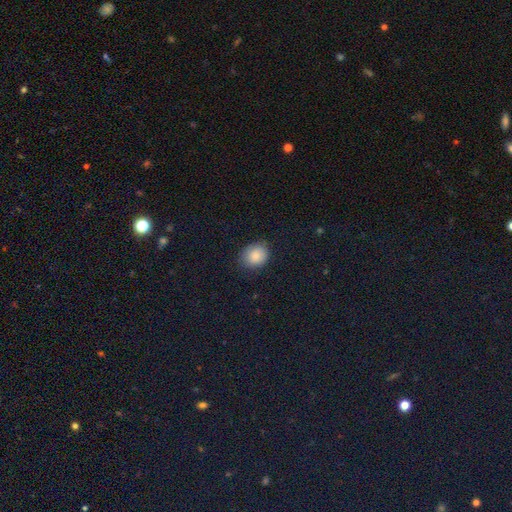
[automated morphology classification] type=smooth (87%); roundness=round (60%); merging=none (81%).